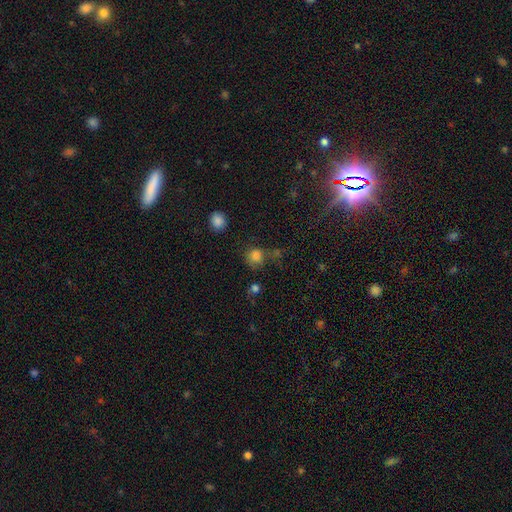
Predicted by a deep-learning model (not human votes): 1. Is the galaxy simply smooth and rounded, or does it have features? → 78% smooth, 15% star or artifact, 7% featured or disk.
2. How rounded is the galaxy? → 78% round, 21% in between, 1% cigar-shaped.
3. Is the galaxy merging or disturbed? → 54% none, 21% minor disturbance, 13% merger, 13% major disturbance.